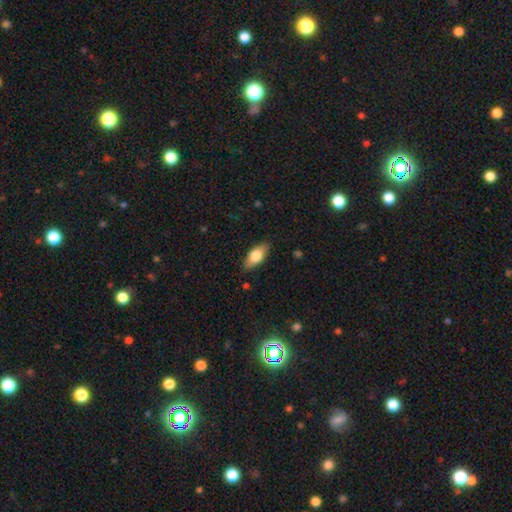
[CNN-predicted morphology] type=smooth (72%); roundness=in between (83%); merging=none (86%).